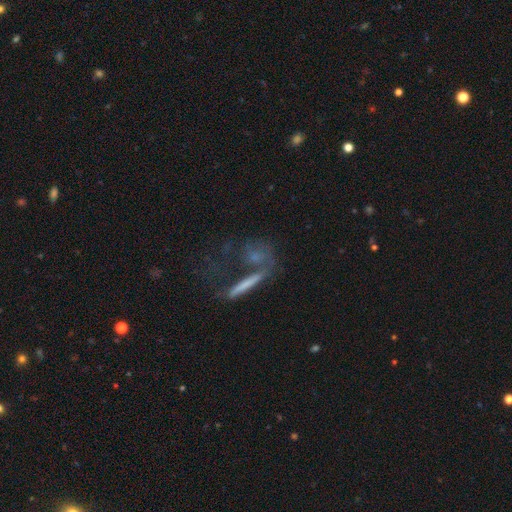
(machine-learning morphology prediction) This is possibly a smooth galaxy (46%). Merging: possibly none (49%).